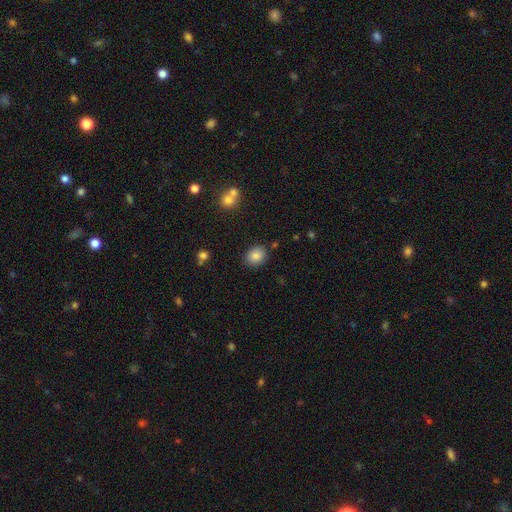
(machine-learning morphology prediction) This appears to be a smooth galaxy with no disk features (84%) that is round (56%). Merging: none (85%).